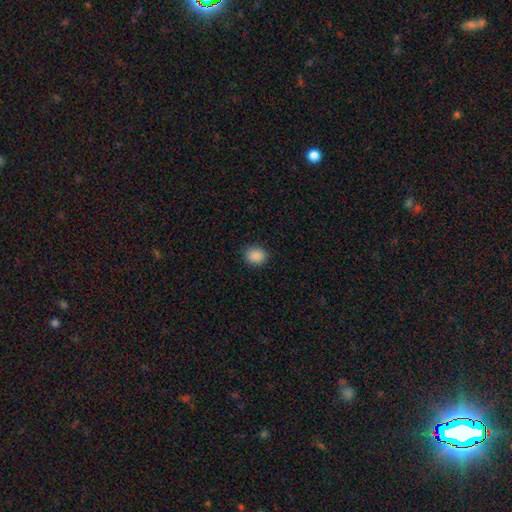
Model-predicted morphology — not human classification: Smooth or featured: smooth — 88% (star or artifact — 9%)
How rounded: round — 65% (in between — 34%)
Merging: none — 88% (minor disturbance — 9%)